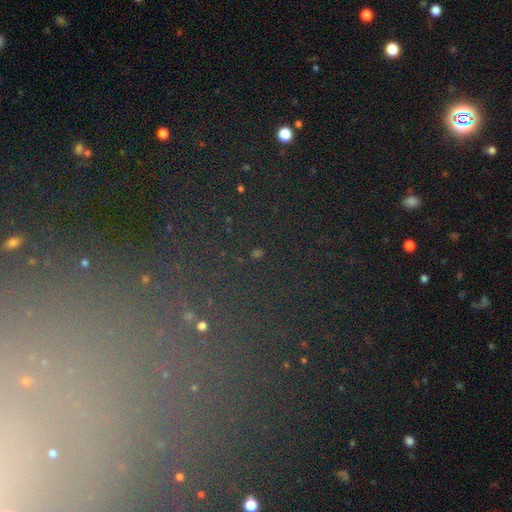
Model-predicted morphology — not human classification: smooth-or-featured: star or artifact: 72% | smooth: 17% | featured or disk: 11%